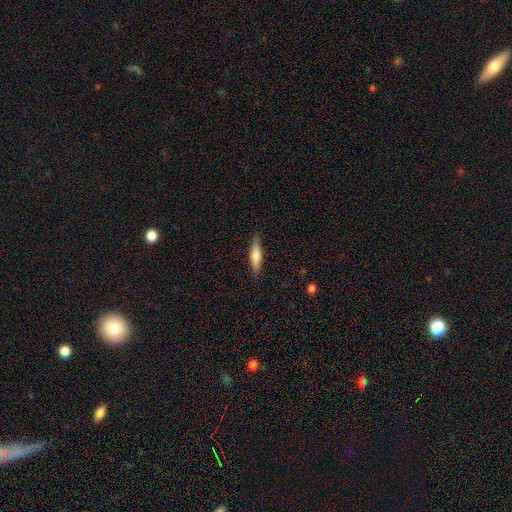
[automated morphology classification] Q: Smooth or featured?
A: smooth (63%); runner-up: featured or disk (31%)
Q: How rounded?
A: cigar-shaped (75%); runner-up: in between (24%)
Q: Merging?
A: none (86%); runner-up: minor disturbance (11%)